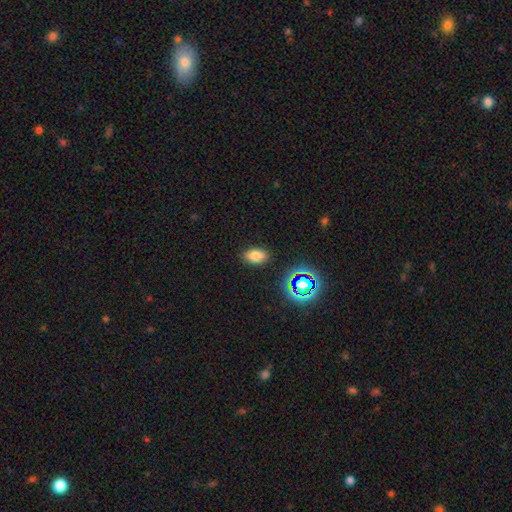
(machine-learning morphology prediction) Q: Smooth or featured?
A: smooth (75%); runner-up: star or artifact (16%)
Q: How rounded?
A: in between (89%); runner-up: round (9%)
Q: Merging?
A: none (87%); runner-up: minor disturbance (9%)